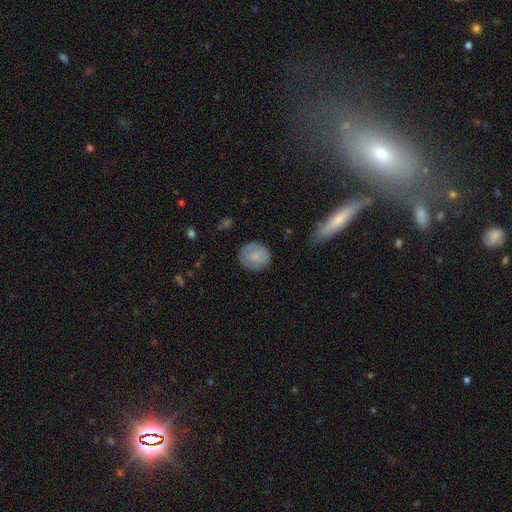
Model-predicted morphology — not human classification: This is likely a smooth galaxy (76%). How rounded: clearly round (88%). Merging: likely none (77%).